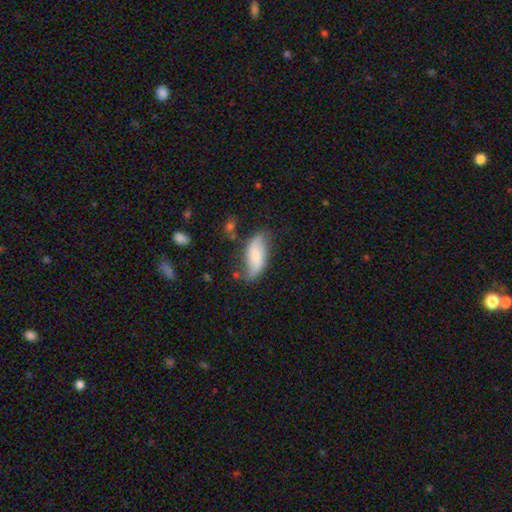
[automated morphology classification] This appears to be a featured or disk galaxy (53%). Merging: none (62%).